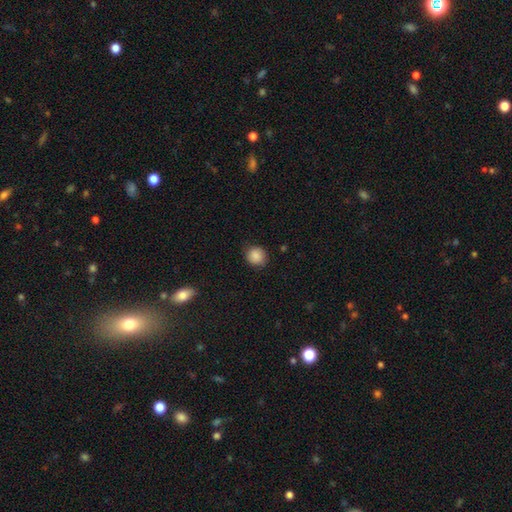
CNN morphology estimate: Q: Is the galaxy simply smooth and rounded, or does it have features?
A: smooth — 87%.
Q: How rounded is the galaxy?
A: round — 84%.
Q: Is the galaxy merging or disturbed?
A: none — 83%.